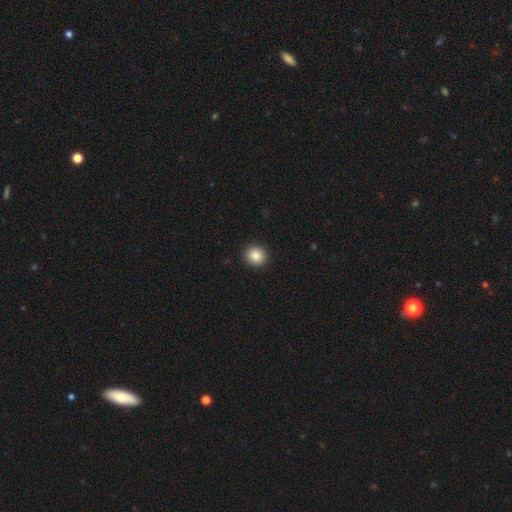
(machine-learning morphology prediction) smooth 86%, star or artifact 9%, featured or disk 5%. Down the decision tree: how rounded — round (90%); merging — none (92%).